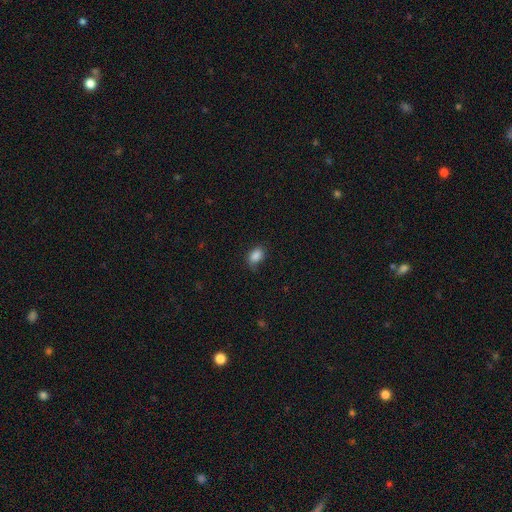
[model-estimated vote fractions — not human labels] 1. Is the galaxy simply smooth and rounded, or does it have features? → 86% smooth, 9% star or artifact, 5% featured or disk.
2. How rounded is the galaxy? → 82% in between, 16% round, 1% cigar-shaped.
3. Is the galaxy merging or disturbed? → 70% none, 23% minor disturbance, 6% major disturbance, 1% merger.